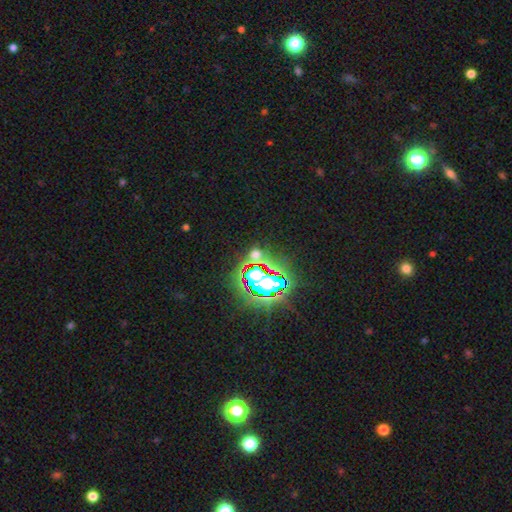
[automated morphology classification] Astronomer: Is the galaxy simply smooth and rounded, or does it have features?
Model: star or artifact — 66%.